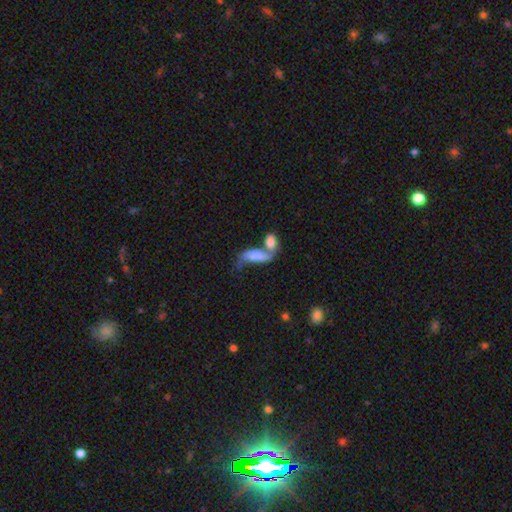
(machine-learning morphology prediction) smooth_or_featured: smooth (p=0.52) [alt: featured or disk p=0.39]
how_rounded: in between (p=0.73) [alt: cigar-shaped p=0.22]
merging: merger (p=0.60) [alt: none p=0.18]